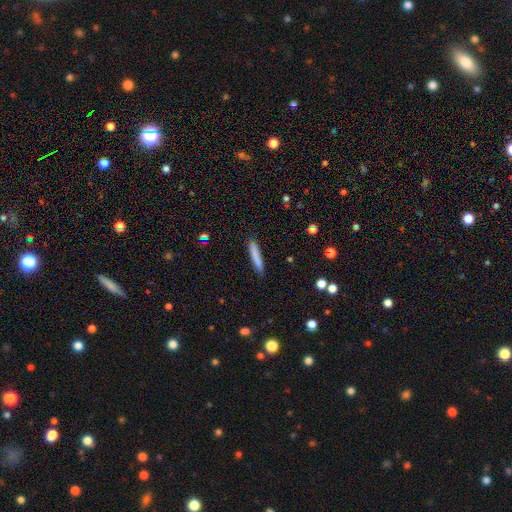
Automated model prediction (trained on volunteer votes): smooth-or-featured: smooth: 80% | featured or disk: 13% | star or artifact: 7%
  how-rounded: cigar-shaped: 93% | in between: 6% | round: 1%
  merging: none: 85% | minor disturbance: 11% | major disturbance: 2% | merger: 2%